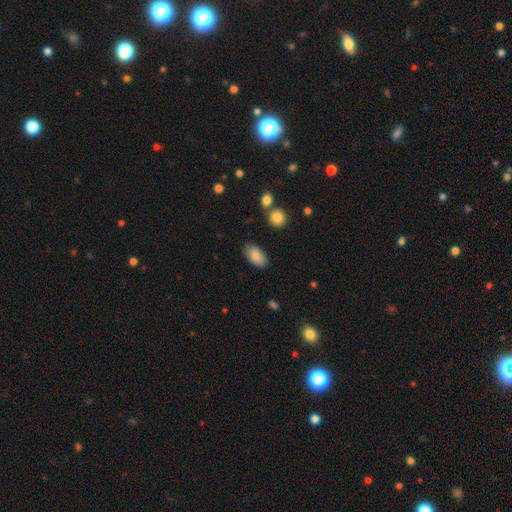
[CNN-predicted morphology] Smooth or featured? smooth (85%)
How rounded? in between (94%)
Merging? none (84%)